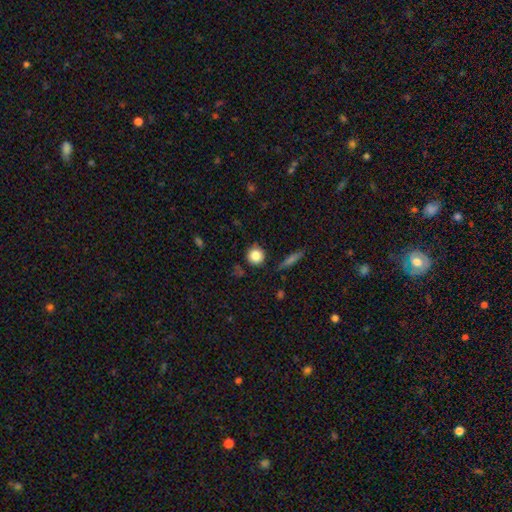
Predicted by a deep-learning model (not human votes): This is clearly a smooth galaxy (84%). How rounded: clearly round (92%). Merging: clearly none (83%).